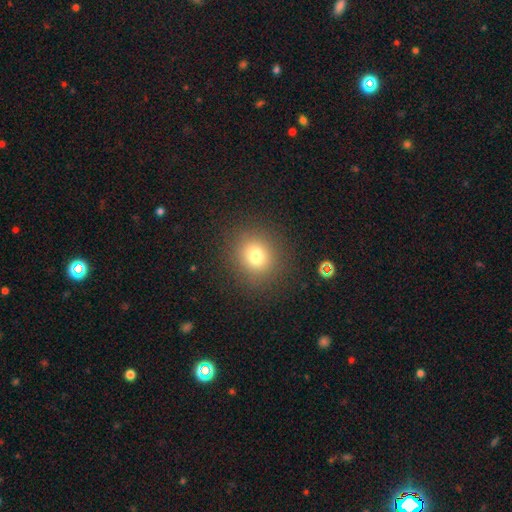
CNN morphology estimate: Overall: smooth (75%). How rounded: round (85%). Merging: none (88%).